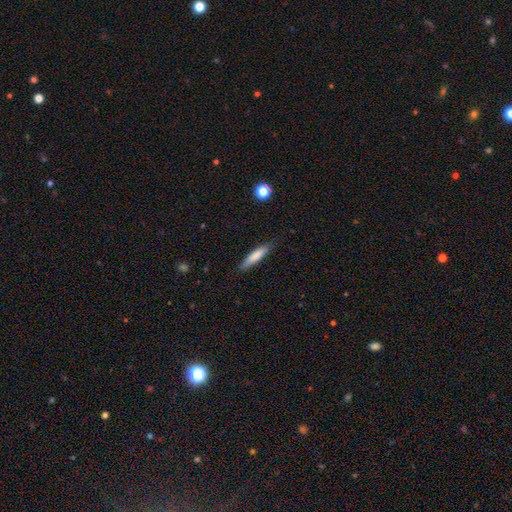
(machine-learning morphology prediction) type=smooth (78%); roundness=cigar-shaped (84%); merging=none (82%).